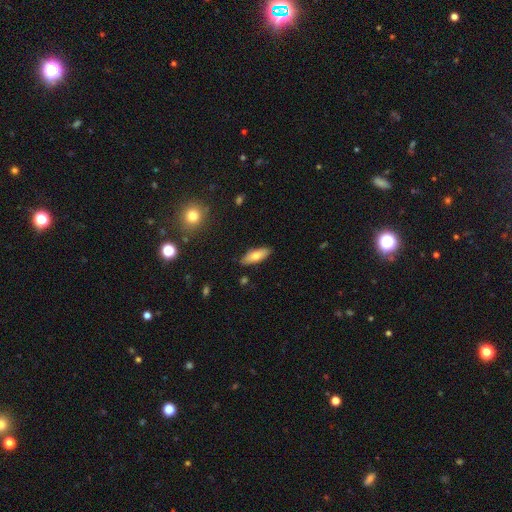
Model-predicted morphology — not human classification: Smooth or featured: smooth — 72% (featured or disk — 21%)
How rounded: in between — 67% (cigar-shaped — 30%)
Merging: none — 87% (minor disturbance — 10%)